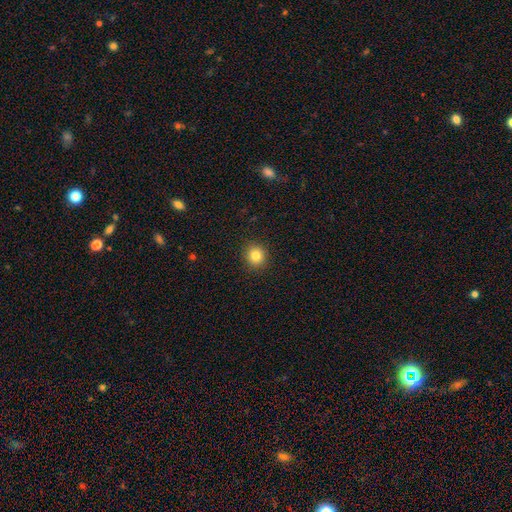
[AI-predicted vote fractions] Smooth or featured?
  - smooth: 83% *
  - star or artifact: 11%
  - featured or disk: 6%
How rounded?
  - round: 88% *
  - in between: 11%
  - cigar-shaped: 1%
Merging?
  - none: 91% *
  - minor disturbance: 6%
  - major disturbance: 2%
  - merger: 1%